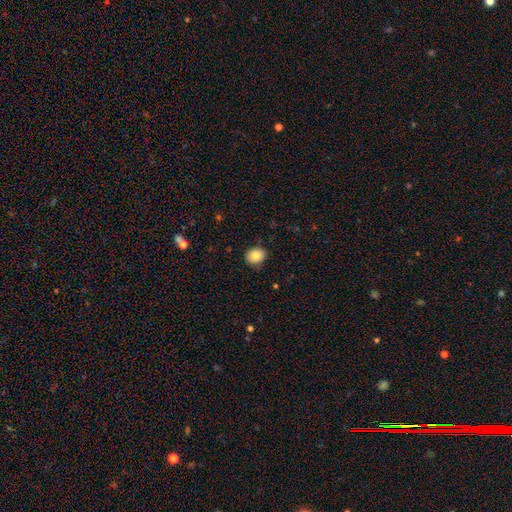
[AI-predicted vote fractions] smooth 84%, star or artifact 9%, featured or disk 8%. Down the decision tree: how rounded — round (58%); merging — none (87%).